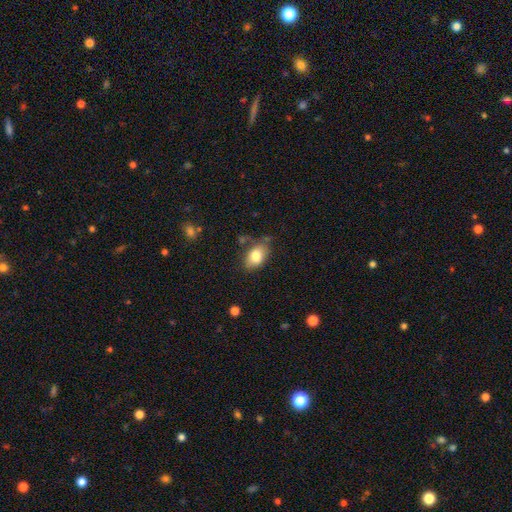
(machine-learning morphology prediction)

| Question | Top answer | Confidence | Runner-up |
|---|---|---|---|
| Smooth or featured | smooth | 80% | featured or disk (12%) |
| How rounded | in between | 86% | round (13%) |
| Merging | none | 62% | minor disturbance (24%) |